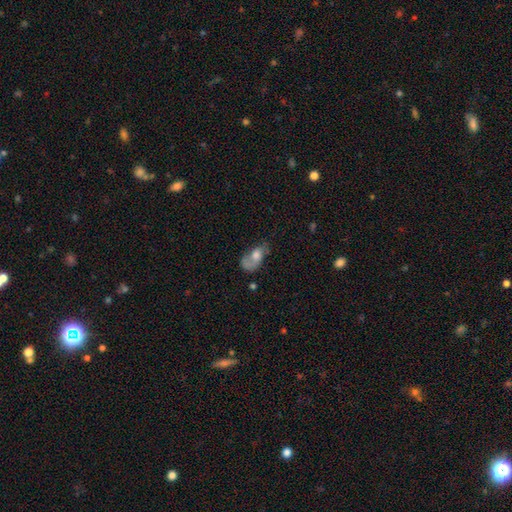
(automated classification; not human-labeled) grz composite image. It shows a smooth galaxy with no disk features (50%) that is in between round and cigar-shaped (86%). Merging: major disturbance (35%).